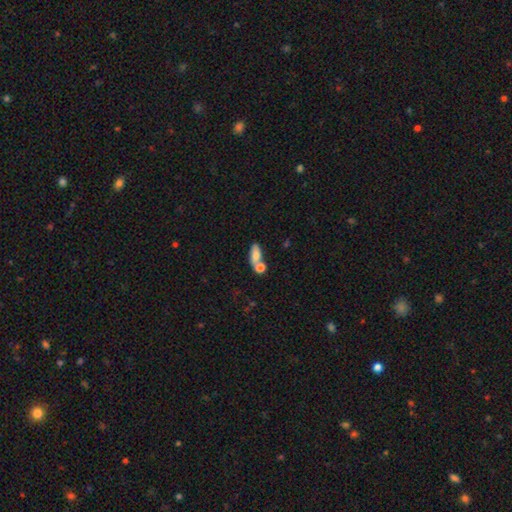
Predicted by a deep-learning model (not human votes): This appears to be a smooth galaxy with no disk features (74%) that is in between round and cigar-shaped (79%). Merging: merger (47%).